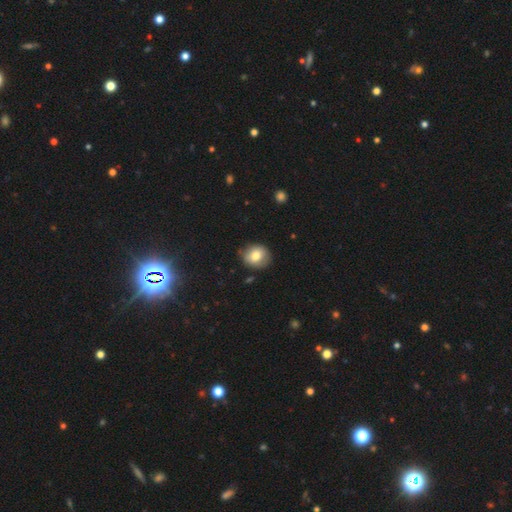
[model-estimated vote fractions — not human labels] Smooth or featured: smooth — 75% (featured or disk — 16%)
How rounded: round — 75% (in between — 24%)
Merging: none — 80% (minor disturbance — 15%)